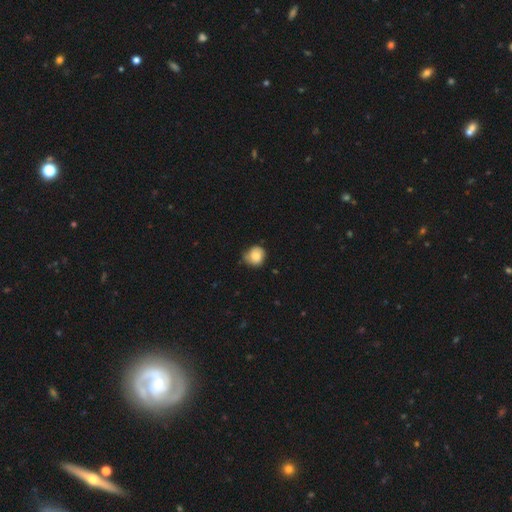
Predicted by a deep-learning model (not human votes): Q: Smooth or featured?
A: smooth (80%); runner-up: featured or disk (12%)
Q: How rounded?
A: round (79%); runner-up: in between (20%)
Q: Merging?
A: none (60%); runner-up: minor disturbance (32%)